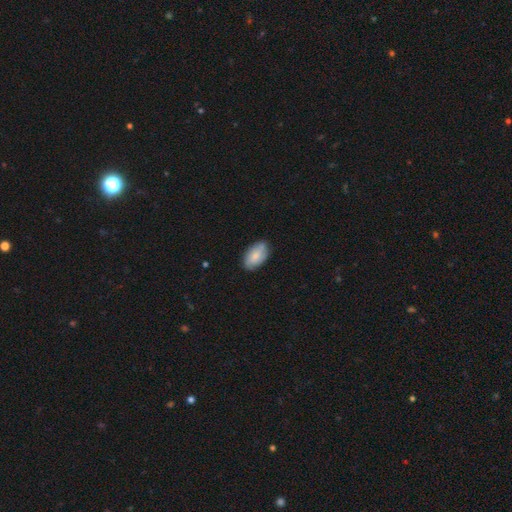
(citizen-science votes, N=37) smooth-or-featured: smooth: 70% | featured or disk: 27% | star or artifact: 3%
  how-rounded: in between: 92% | cigar-shaped: 8% | round: 0%
  merging: none: 81% | minor disturbance: 14% | merger: 6% | major disturbance: 0%